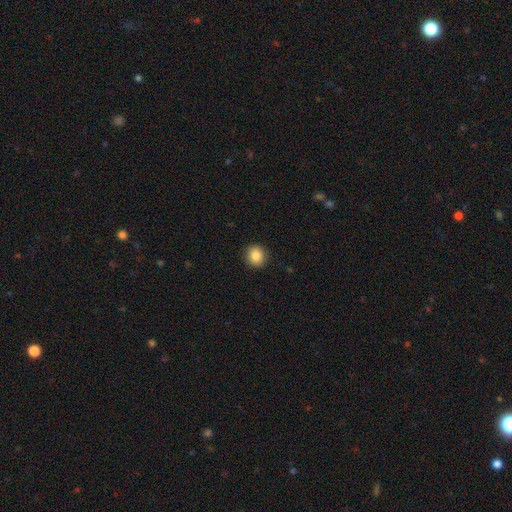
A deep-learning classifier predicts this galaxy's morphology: smooth-or-featured: smooth: 86% | star or artifact: 9% | featured or disk: 5%
  how-rounded: round: 87% | in between: 12% | cigar-shaped: 1%
  merging: none: 92% | minor disturbance: 6% | major disturbance: 2% | merger: 1%